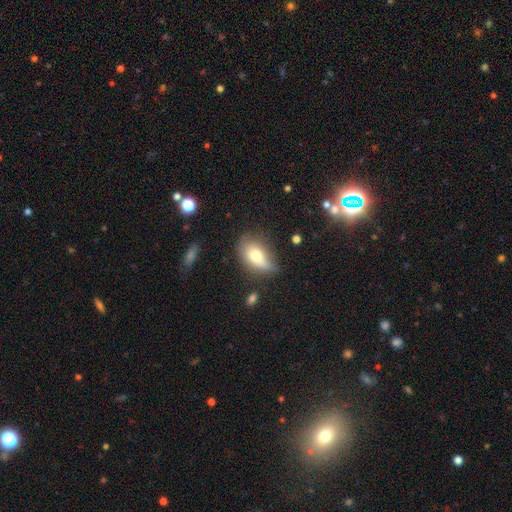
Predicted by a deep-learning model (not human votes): Smooth or featured?
  - smooth: 69% *
  - featured or disk: 22%
  - star or artifact: 9%
How rounded?
  - in between: 82% *
  - round: 14%
  - cigar-shaped: 4%
Merging?
  - none: 45% *
  - minor disturbance: 35%
  - major disturbance: 14%
  - merger: 6%